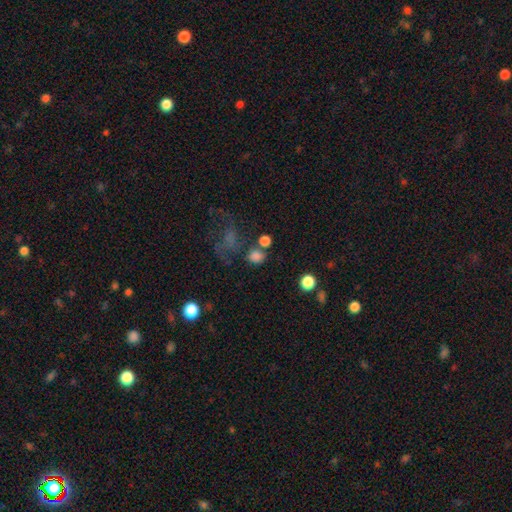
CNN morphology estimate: The model was most divided on "merging": none: 60%, merger: 18%, minor disturbance: 13%, major disturbance: 9%. More confident: smooth or featured — smooth (79%); how rounded — round (73%).